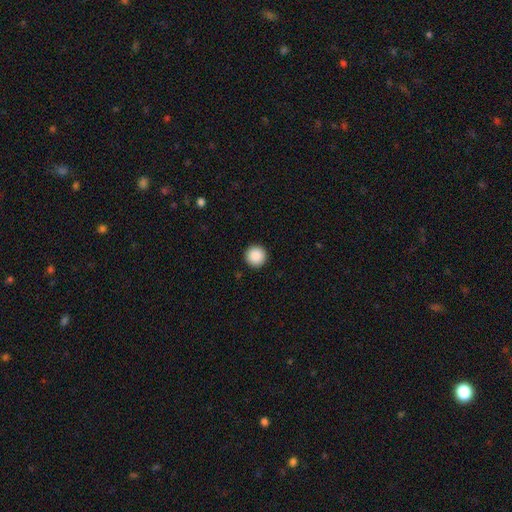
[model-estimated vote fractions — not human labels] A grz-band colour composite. It shows a smooth galaxy with no disk features (89%) that is round (97%). Merging: none (93%).